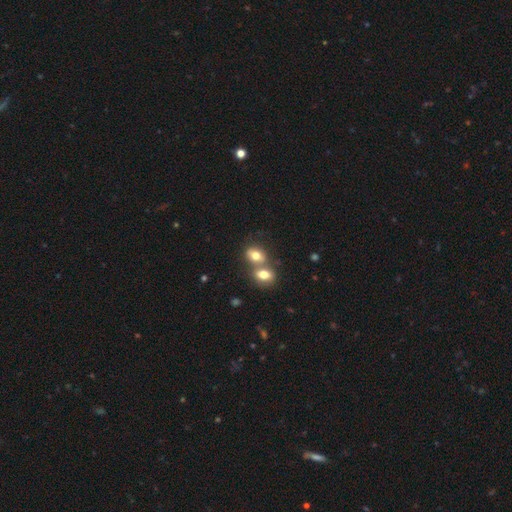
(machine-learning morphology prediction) This appears to be a smooth galaxy with no disk features (76%) that is in between round and cigar-shaped (71%). Merging: merger (59%).